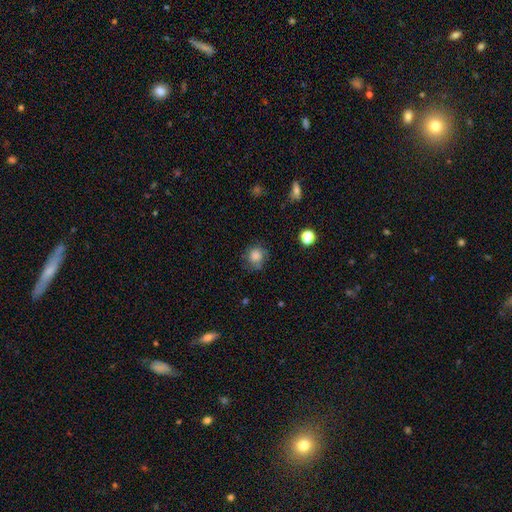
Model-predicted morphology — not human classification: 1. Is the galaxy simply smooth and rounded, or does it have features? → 80% smooth, 11% star or artifact, 10% featured or disk.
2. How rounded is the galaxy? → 84% round, 15% in between, 1% cigar-shaped.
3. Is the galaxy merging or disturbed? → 66% none, 23% minor disturbance, 9% major disturbance, 2% merger.